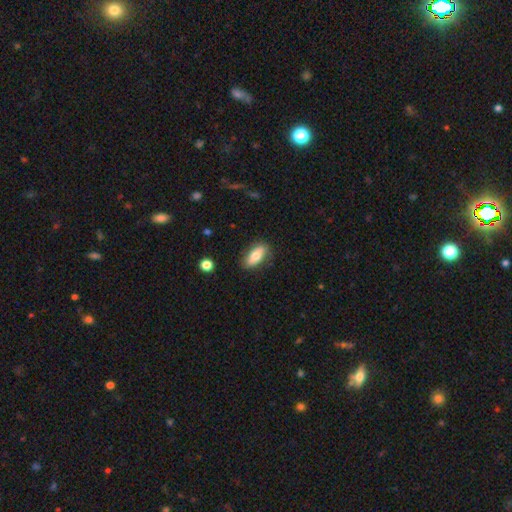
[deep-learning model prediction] smooth-or-featured: smooth: 69% | featured or disk: 24% | star or artifact: 7%
  how-rounded: in between: 87% | cigar-shaped: 10% | round: 4%
  merging: none: 78% | minor disturbance: 16% | major disturbance: 4% | merger: 2%